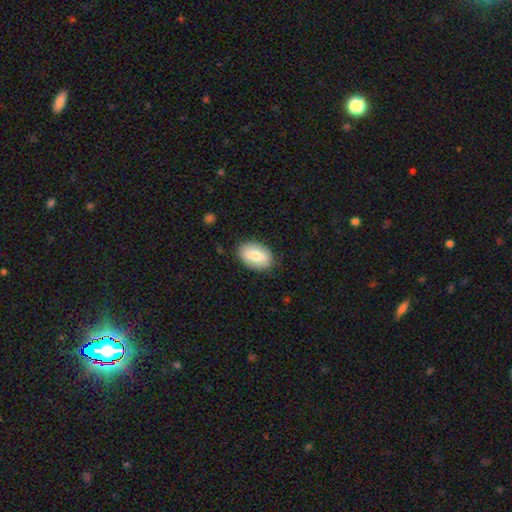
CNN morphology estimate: smooth_or_featured: smooth (p=0.77) [alt: featured or disk p=0.17]
how_rounded: in between (p=0.90) [alt: round p=0.09]
merging: none (p=0.84) [alt: minor disturbance p=0.12]